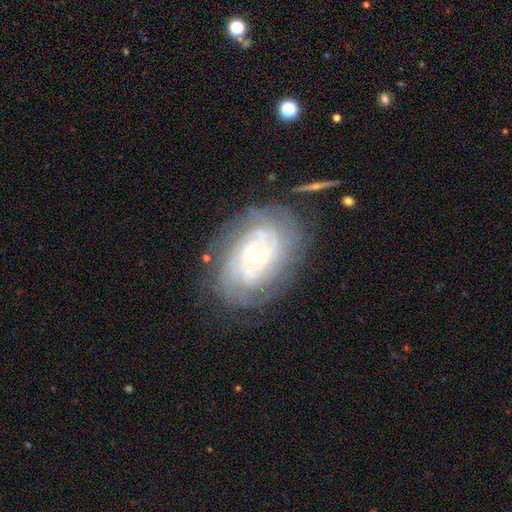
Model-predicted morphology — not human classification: The model was most divided on "bar": weak: 46%, no: 38%, strong: 16%. Remaining: edge-on disk — no (96%); spiral arms — yes (93%); smooth or featured — featured or disk (84%); spiral winding — tight (74%); merging — none (74%); bulge size — small (53%); spiral arm count — can't tell (44%).